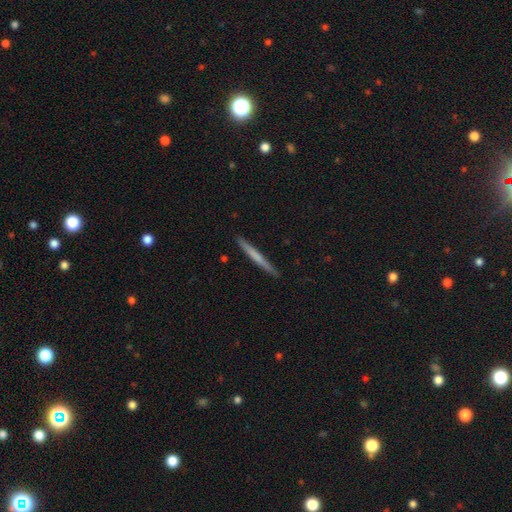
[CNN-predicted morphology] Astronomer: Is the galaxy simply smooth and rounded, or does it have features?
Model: smooth — 56% (runner-up: featured or disk, 39%).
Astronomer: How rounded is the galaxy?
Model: cigar-shaped — 97%.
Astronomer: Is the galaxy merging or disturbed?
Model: none — 92%.